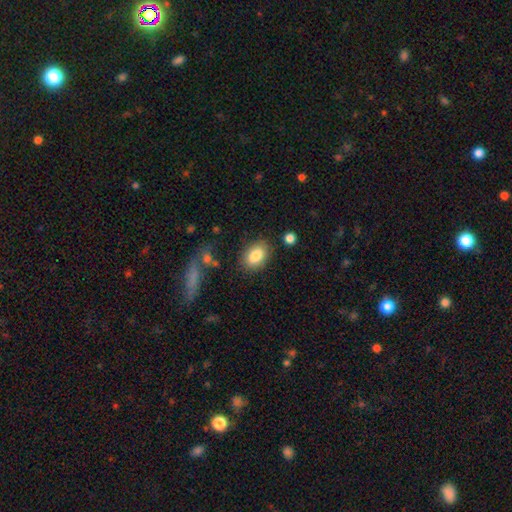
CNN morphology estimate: This appears to be a smooth galaxy with no disk features (85%) that is in between round and cigar-shaped (82%). Merging: none (83%).